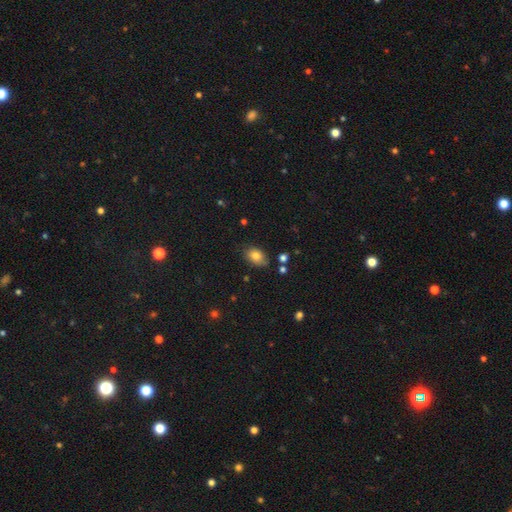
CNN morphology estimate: Overall: smooth (79%). How rounded: in between (80%). Merging: none (76%).